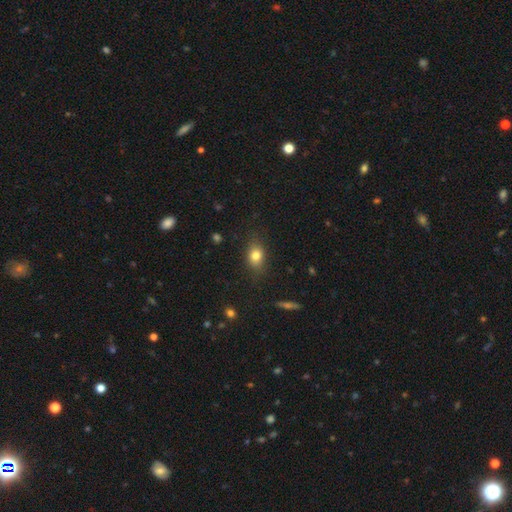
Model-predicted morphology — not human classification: A smooth galaxy with no disk features (79%) that is in between round and cigar-shaped (66%). Merging: none (81%).